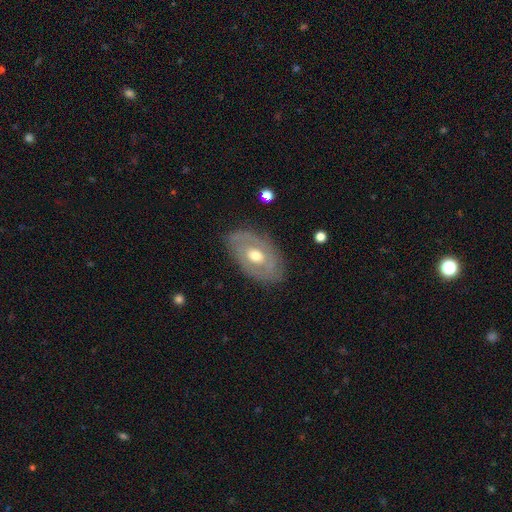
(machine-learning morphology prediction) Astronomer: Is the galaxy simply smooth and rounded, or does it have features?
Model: featured or disk — 66%.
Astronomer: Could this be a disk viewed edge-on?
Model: no — 91%.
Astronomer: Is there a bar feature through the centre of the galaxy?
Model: no — 71%.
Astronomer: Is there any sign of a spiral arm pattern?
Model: no — 56% (runner-up: yes, 44%).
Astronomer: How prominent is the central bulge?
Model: moderate — 76%.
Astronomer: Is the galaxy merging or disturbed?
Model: none — 78%.